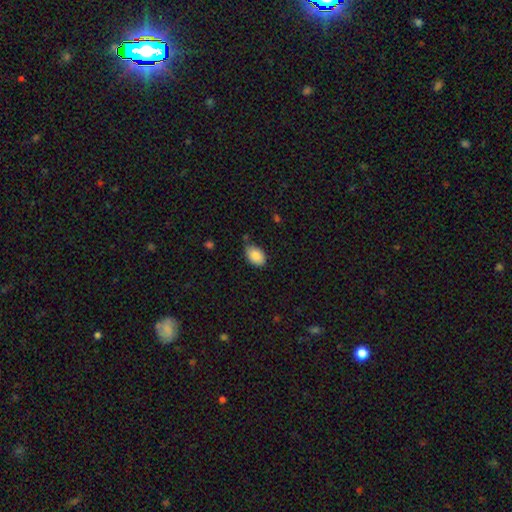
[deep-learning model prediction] A smooth galaxy with no disk features (88%) that is in between round and cigar-shaped (90%).

Vote fractions:
- Smooth or featured? smooth: 88% / star or artifact: 7% / featured or disk: 5%
- How rounded? in between: 90% / round: 9% / cigar-shaped: 1%
- Merging? none: 72% / minor disturbance: 22% / major disturbance: 3% / merger: 3%